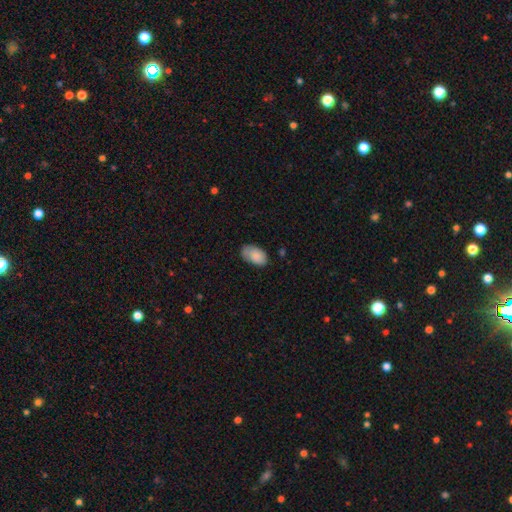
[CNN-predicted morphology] Smooth or featured? smooth (86%)
How rounded? in between (93%)
Merging? none (65%)